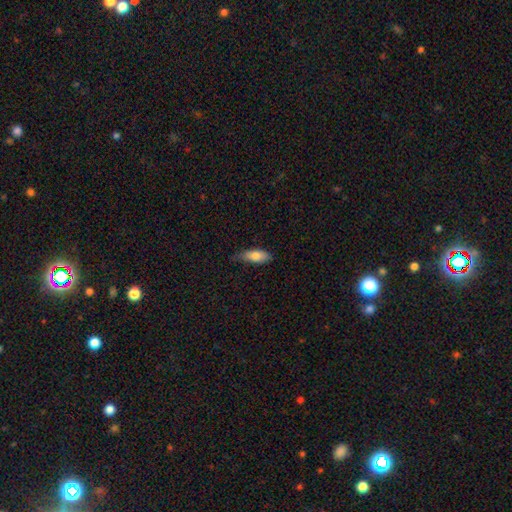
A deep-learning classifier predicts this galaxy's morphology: Smooth or featured: smooth — 80% (featured or disk — 14%)
How rounded: in between — 73% (cigar-shaped — 25%)
Merging: none — 60% (minor disturbance — 33%)